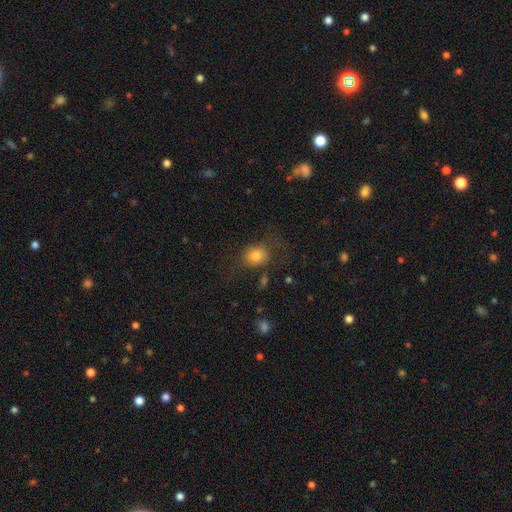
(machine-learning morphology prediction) This is likely a smooth galaxy (77%). How rounded: possibly in between (53%). Merging: likely none (63%).